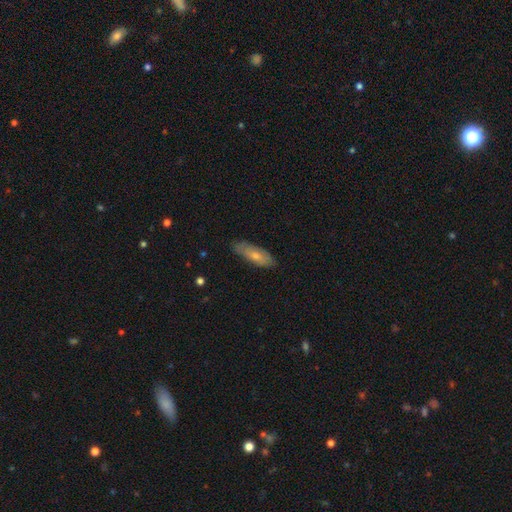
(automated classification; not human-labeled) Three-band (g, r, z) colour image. It shows a smooth galaxy with no disk features (66%) that is in between round and cigar-shaped (61%). Merging: none (79%).